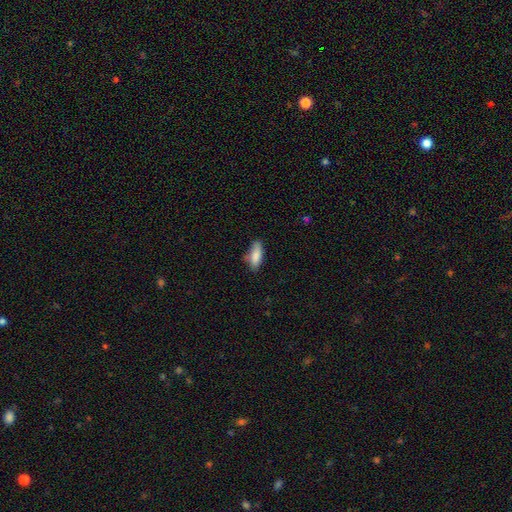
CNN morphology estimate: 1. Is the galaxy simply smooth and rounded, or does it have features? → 84% smooth, 9% featured or disk, 7% star or artifact.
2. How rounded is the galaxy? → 66% in between, 32% cigar-shaped, 2% round.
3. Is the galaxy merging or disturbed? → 65% none, 26% minor disturbance, 5% major disturbance, 4% merger.